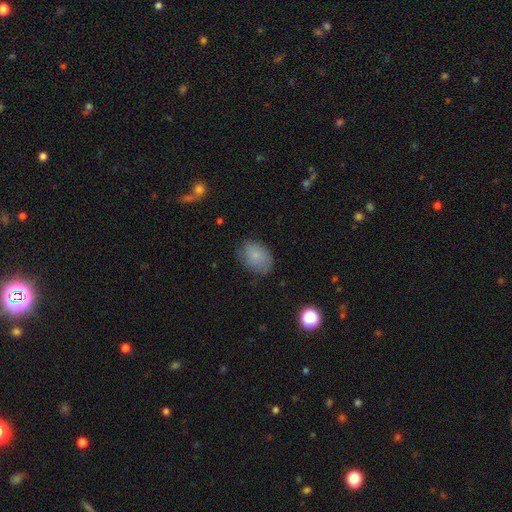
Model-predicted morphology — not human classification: Smooth or featured?
  - smooth: 79% *
  - featured or disk: 12%
  - star or artifact: 9%
How rounded?
  - in between: 73% *
  - round: 26%
  - cigar-shaped: 1%
Merging?
  - none: 69% *
  - minor disturbance: 23%
  - major disturbance: 6%
  - merger: 1%